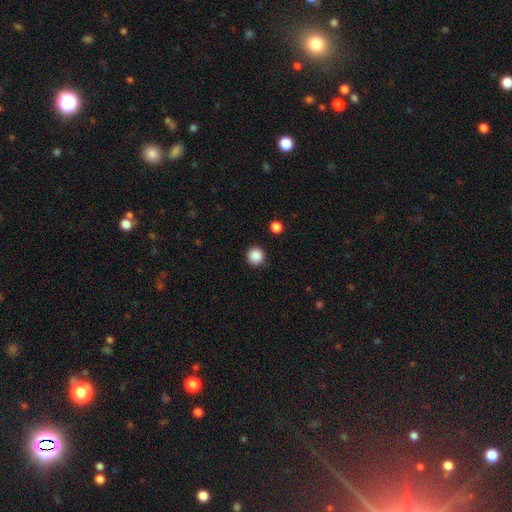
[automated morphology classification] smooth-or-featured: smooth: 87% | star or artifact: 10% | featured or disk: 3%
  how-rounded: round: 95% | in between: 4% | cigar-shaped: 1%
  merging: none: 90% | minor disturbance: 6% | major disturbance: 2% | merger: 2%